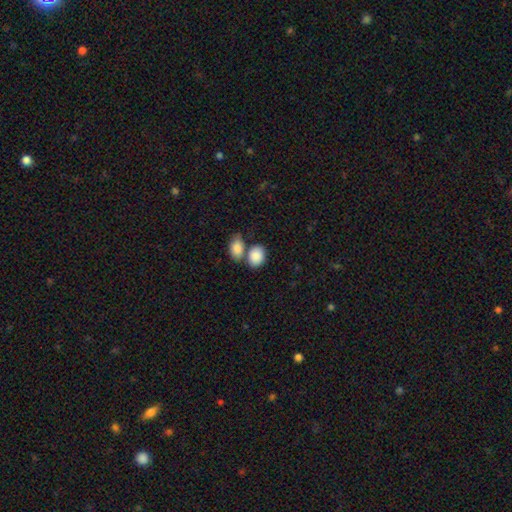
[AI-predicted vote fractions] Smooth or featured? Predicted: smooth (p=0.88). How rounded? Predicted: in between (p=0.71). Merging? Predicted: none (p=0.45).